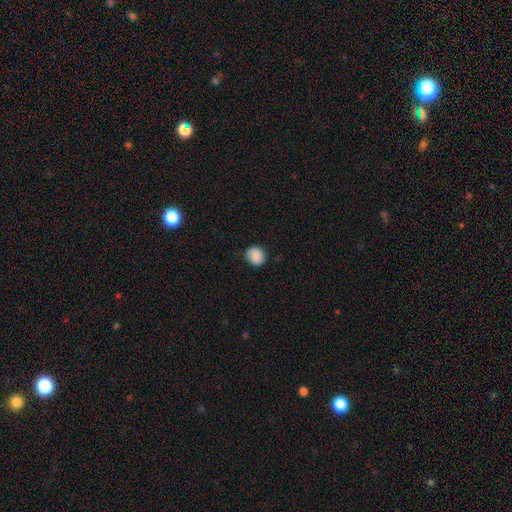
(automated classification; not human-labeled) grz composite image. It shows a smooth galaxy with no disk features (88%) that is round (80%). Merging: none (83%).